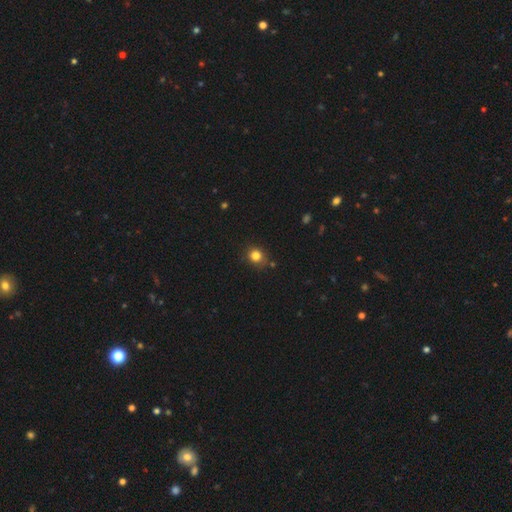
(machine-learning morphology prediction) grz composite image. It shows a smooth galaxy with no disk features (81%) that is round (82%). Merging: none (79%).